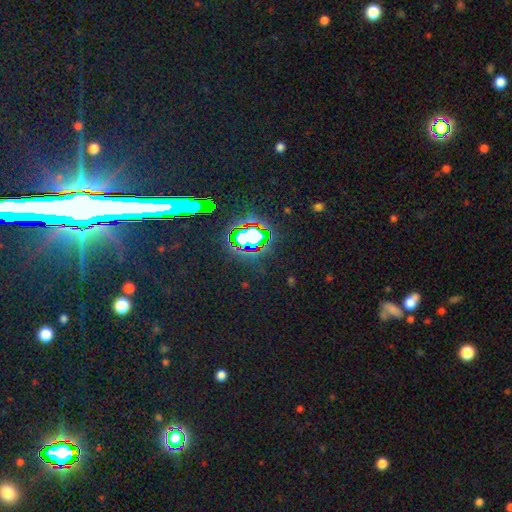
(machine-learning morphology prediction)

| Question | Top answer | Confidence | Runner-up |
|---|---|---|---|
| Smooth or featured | star or artifact | 80% | featured or disk (10%) |